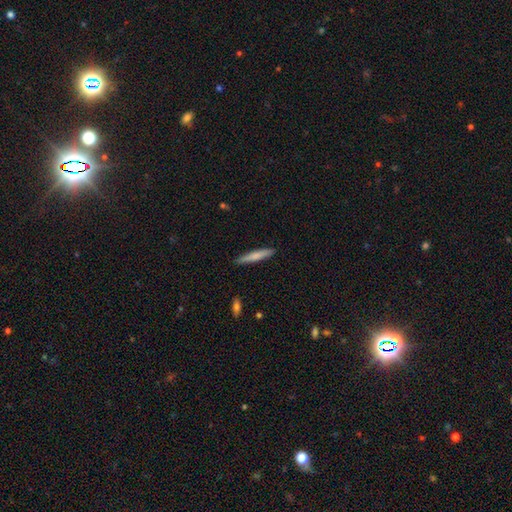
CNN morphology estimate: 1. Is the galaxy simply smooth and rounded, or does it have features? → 70% smooth, 25% featured or disk, 5% star or artifact.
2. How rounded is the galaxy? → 94% cigar-shaped, 5% in between, 1% round.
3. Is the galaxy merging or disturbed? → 89% none, 8% minor disturbance, 2% major disturbance, 1% merger.